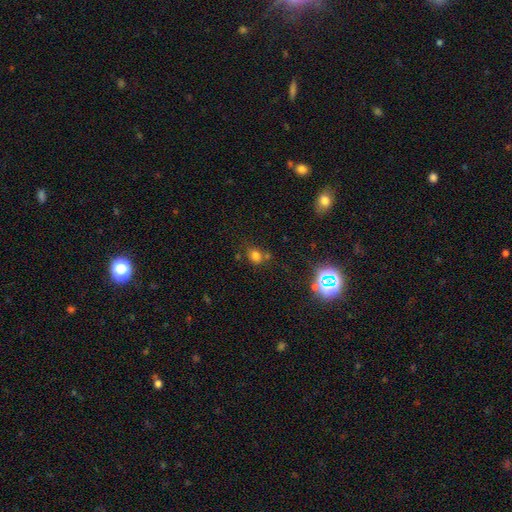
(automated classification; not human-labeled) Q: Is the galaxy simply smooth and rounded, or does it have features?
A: smooth — 72%.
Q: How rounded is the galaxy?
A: round — 51%.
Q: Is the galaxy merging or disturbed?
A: none — 62%.